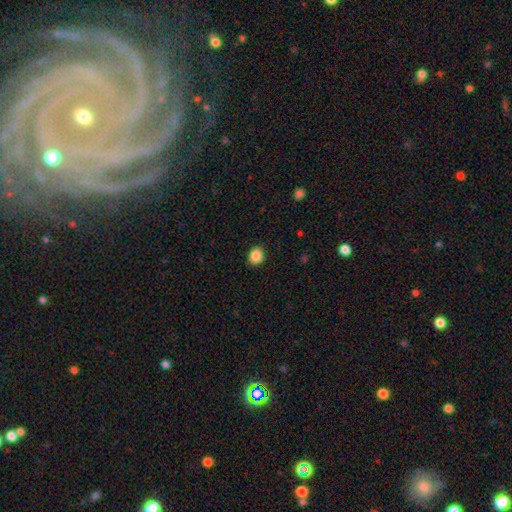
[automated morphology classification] Smooth or featured? smooth (87%)
How rounded? round (67%)
Merging? none (89%)